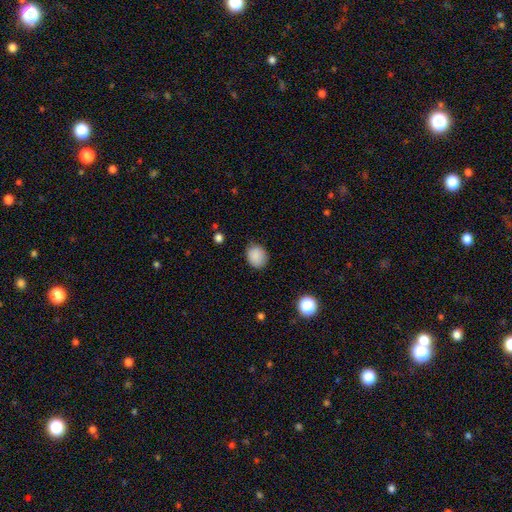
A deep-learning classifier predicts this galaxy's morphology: This is clearly a smooth galaxy (87%). How rounded: possibly round (57%). Merging: likely none (79%).